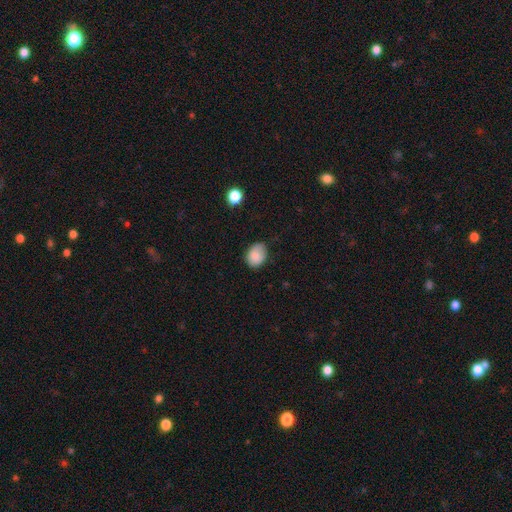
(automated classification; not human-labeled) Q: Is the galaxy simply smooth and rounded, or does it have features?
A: smooth — 86%.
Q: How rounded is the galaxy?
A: in between — 59%.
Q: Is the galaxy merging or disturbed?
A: none — 66%.